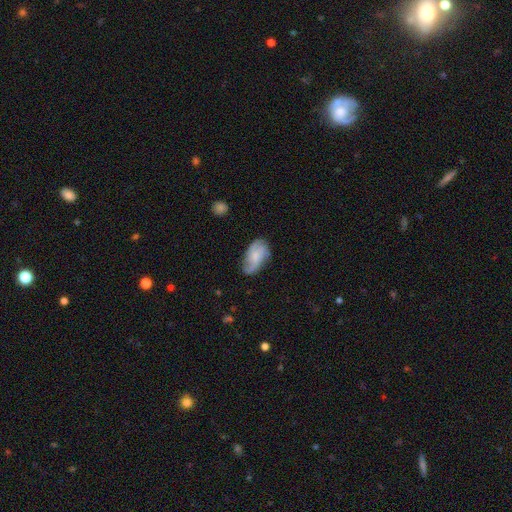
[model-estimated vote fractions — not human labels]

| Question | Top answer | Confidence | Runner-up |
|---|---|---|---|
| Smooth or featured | featured or disk | 58% | smooth (35%) |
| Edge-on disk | no | 96% | yes (4%) |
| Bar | no | 62% | weak (33%) |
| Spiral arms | yes | 90% | no (10%) |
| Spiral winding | medium | 43% | loose (35%) |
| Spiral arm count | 3 | 31% | 2 (28%) |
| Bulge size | small | 54% | moderate (24%) |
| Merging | none | 64% | minor disturbance (25%) |